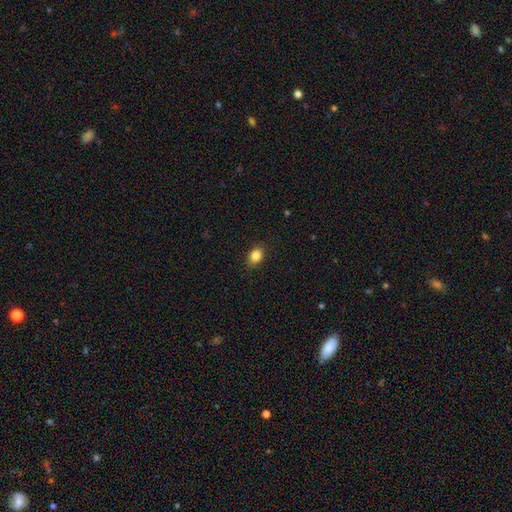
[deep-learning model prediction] Q: Smooth or featured?
A: smooth (86%); runner-up: star or artifact (9%)
Q: How rounded?
A: in between (68%); runner-up: round (30%)
Q: Merging?
A: none (86%); runner-up: minor disturbance (10%)